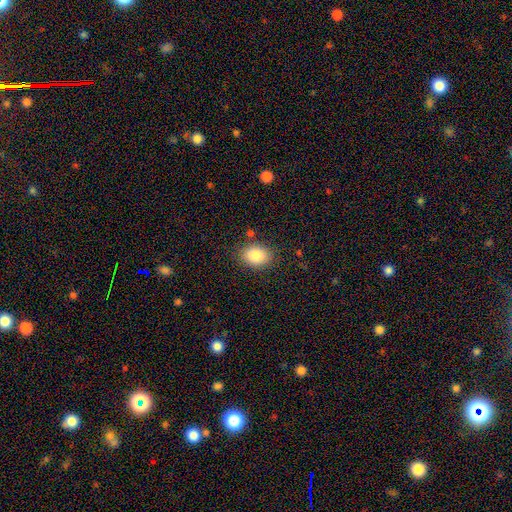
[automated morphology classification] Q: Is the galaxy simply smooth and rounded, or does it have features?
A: smooth — 86%.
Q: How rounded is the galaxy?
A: in between — 72%.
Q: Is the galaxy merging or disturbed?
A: none — 82%.